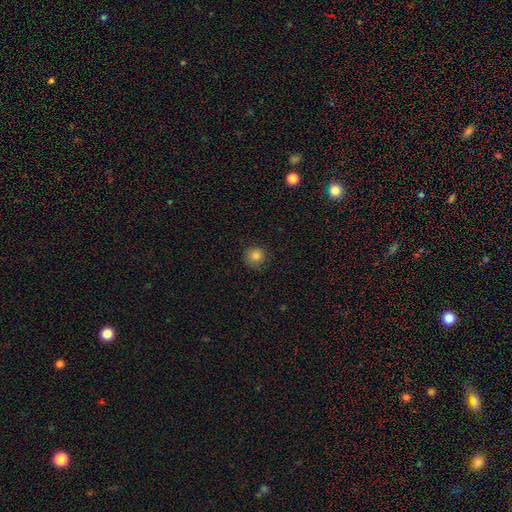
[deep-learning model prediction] Morphology: type=smooth (82%); roundness=round (93%); merging=none (87%).